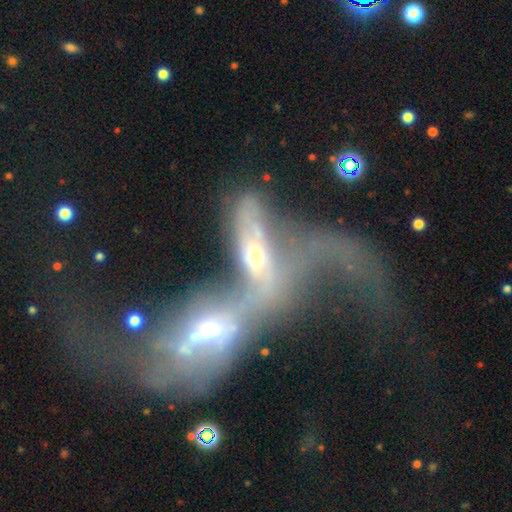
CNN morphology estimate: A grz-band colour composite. It shows a featured or disk galaxy (66%) with no bar (62%), spiral arms (54%) and a moderate central bulge (55%). Merging: merger (81%).